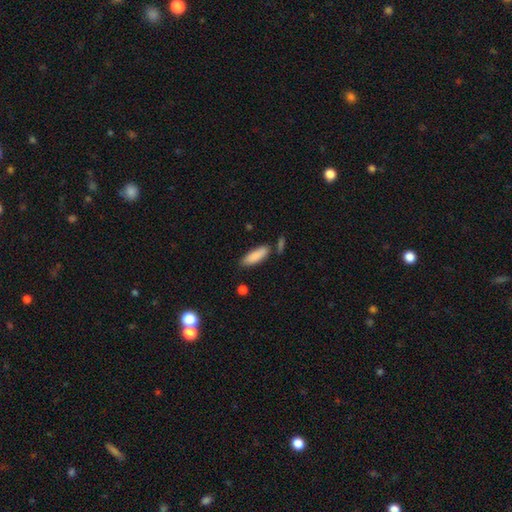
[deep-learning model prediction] This appears to be a smooth galaxy with no disk features (87%) that is in between round and cigar-shaped (57%). Merging: none (75%).